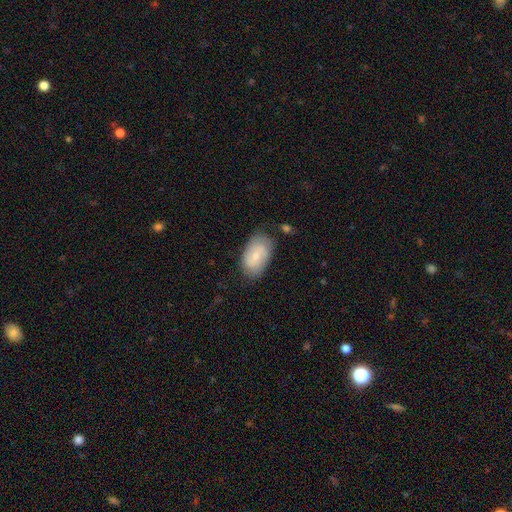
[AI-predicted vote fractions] smooth-or-featured: smooth: 50% | featured or disk: 43% | star or artifact: 7%
  merging: none: 73% | minor disturbance: 20% | major disturbance: 5% | merger: 2%